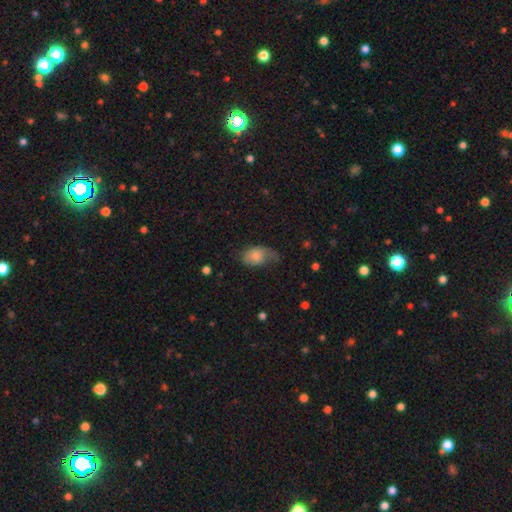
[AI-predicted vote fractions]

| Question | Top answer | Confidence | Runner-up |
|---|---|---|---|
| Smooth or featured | smooth | 71% | featured or disk (21%) |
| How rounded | in between | 84% | round (14%) |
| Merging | minor disturbance | 38% | none (32%) |